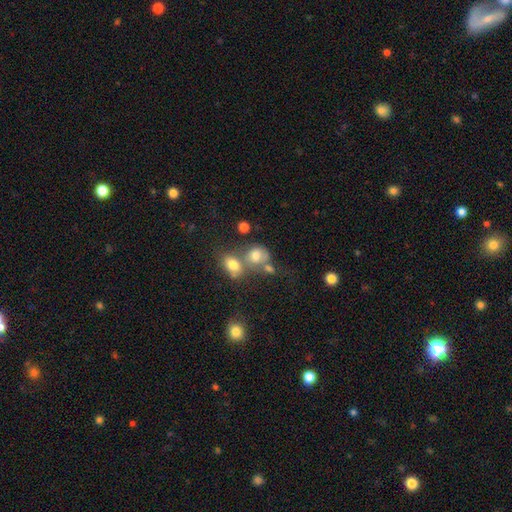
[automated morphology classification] This is likely a smooth galaxy (69%). How rounded: possibly round (53%). Merging: possibly merger (46%).